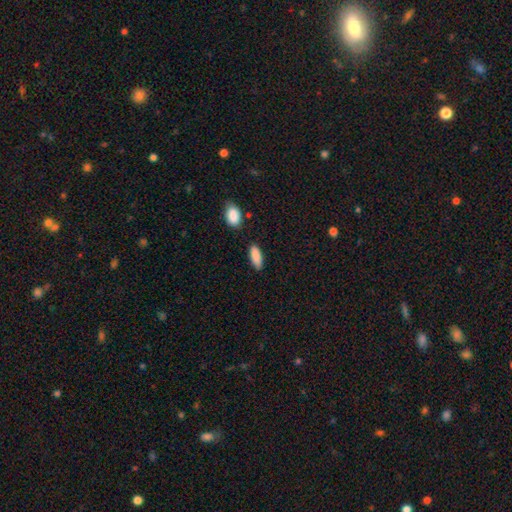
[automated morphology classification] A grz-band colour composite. It shows a smooth galaxy with no disk features (89%) that is in between round and cigar-shaped (72%). Merging: none (79%).